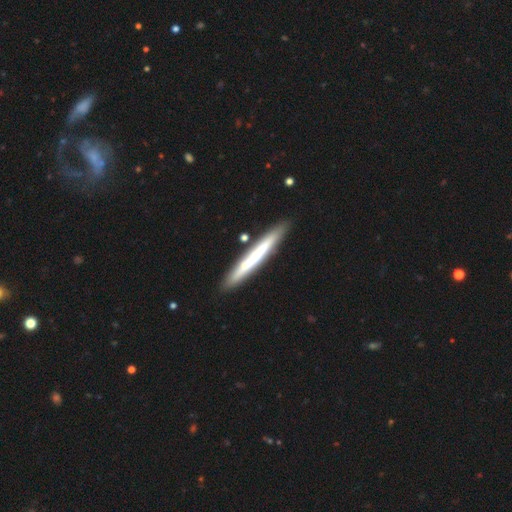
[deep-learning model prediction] Overall: featured or disk (50%; smooth 43%). Merging: none (87%).